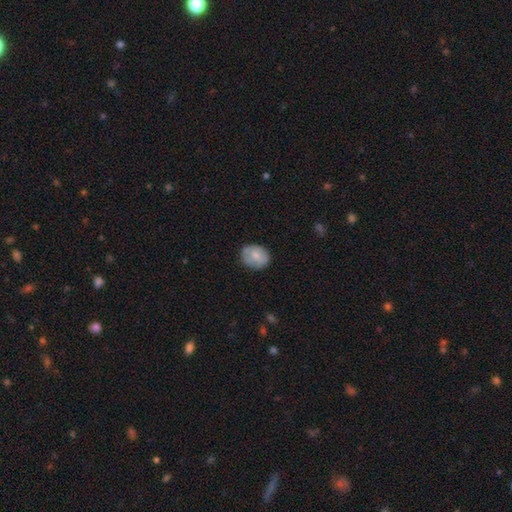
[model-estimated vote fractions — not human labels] This is likely a smooth galaxy (66%). How rounded: possibly round (57%). Merging: likely none (71%).